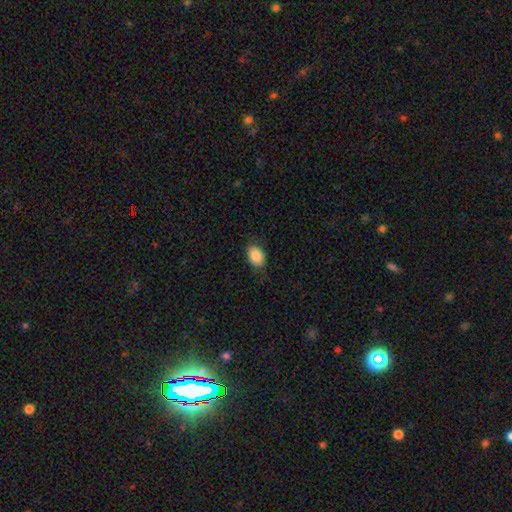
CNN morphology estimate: A smooth galaxy with no disk features (88%) that is in between round and cigar-shaped (84%). Merging: none (81%).